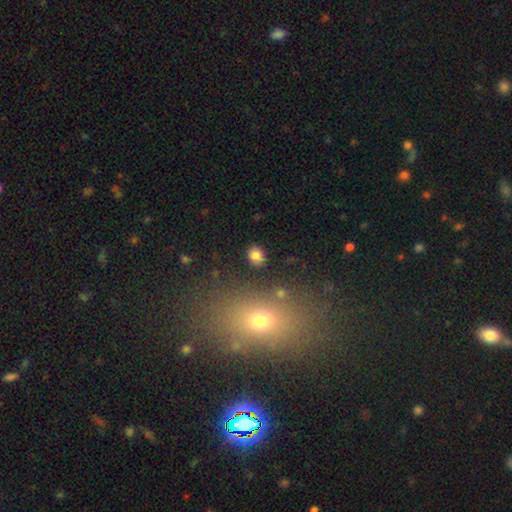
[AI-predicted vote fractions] Q: Smooth or featured?
A: smooth (83%); runner-up: star or artifact (11%)
Q: How rounded?
A: round (64%); runner-up: in between (34%)
Q: Merging?
A: none (85%); runner-up: minor disturbance (9%)